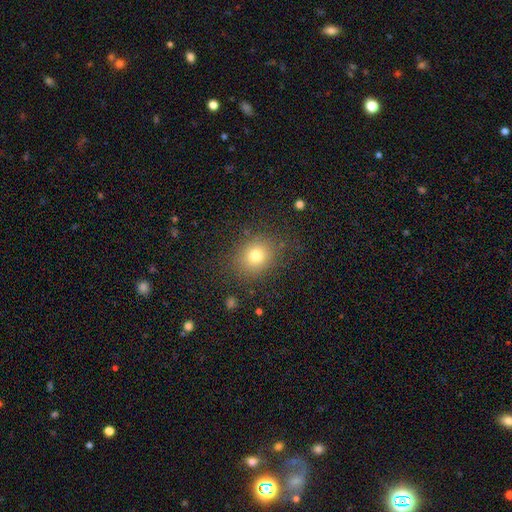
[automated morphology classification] This appears to be a smooth galaxy with no disk features (75%) that is round (69%). Merging: none (82%).